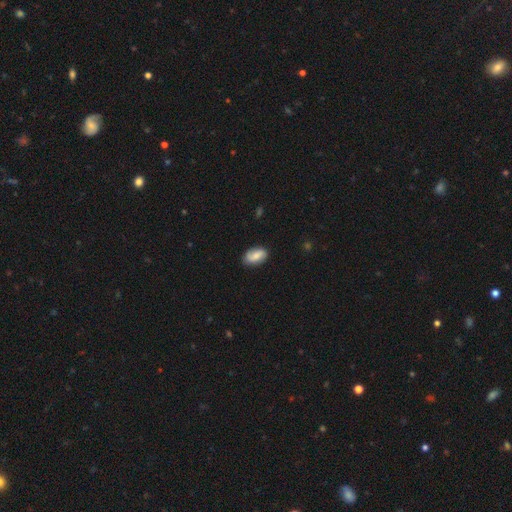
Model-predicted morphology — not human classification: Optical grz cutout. It shows a smooth galaxy with no disk features (64%) that is in between round and cigar-shaped (92%). Merging: none (79%).